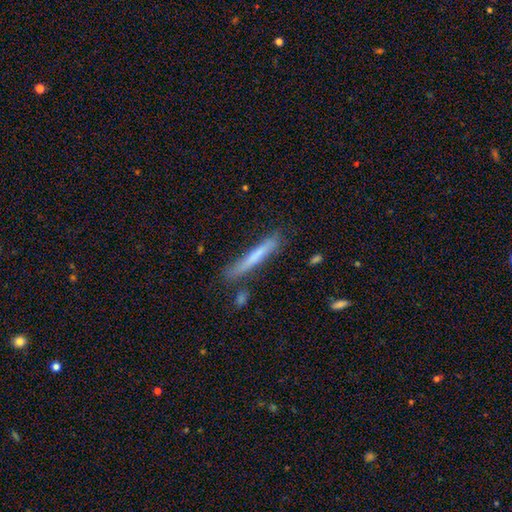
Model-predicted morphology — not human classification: Smooth or featured: smooth — 63% (featured or disk — 30%)
How rounded: cigar-shaped — 95% (in between — 3%)
Merging: none — 75% (minor disturbance — 17%)